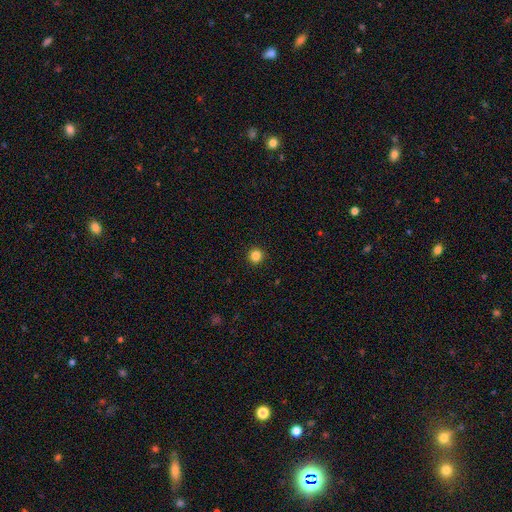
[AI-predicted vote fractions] Smooth or featured: smooth — 85% (star or artifact — 12%)
How rounded: round — 95% (in between — 4%)
Merging: none — 93% (minor disturbance — 4%)